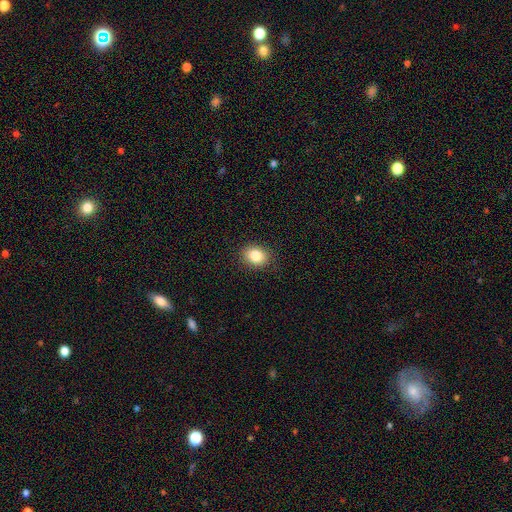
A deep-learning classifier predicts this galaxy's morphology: Smooth or featured: smooth — 84% (star or artifact — 10%)
How rounded: round — 50% (in between — 49%)
Merging: none — 88% (minor disturbance — 9%)